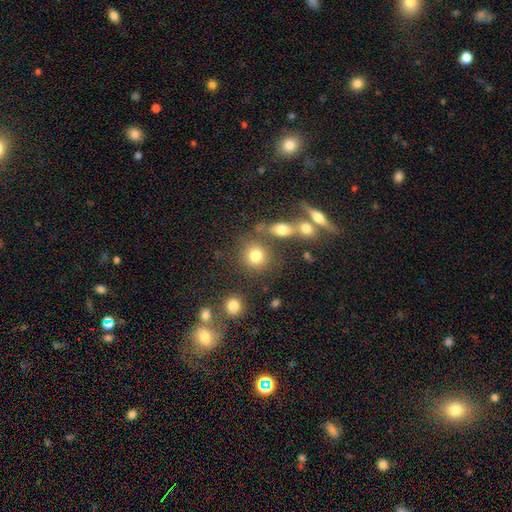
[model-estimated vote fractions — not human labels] This is likely a smooth galaxy (78%). How rounded: clearly round (83%). Merging: likely none (70%).